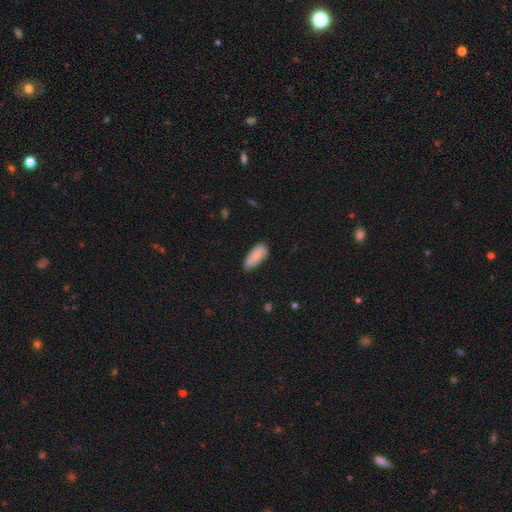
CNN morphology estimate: This is clearly a smooth galaxy (84%). How rounded: clearly in between (83%). Merging: likely none (61%).